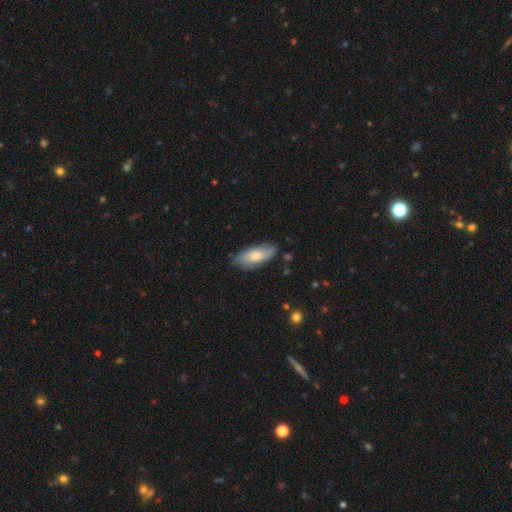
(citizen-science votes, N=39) Smooth or featured?
  - smooth: 59% *
  - featured or disk: 36%
  - star or artifact: 5%
How rounded?
  - in between: 100% *
  - round: 0%
  - cigar-shaped: 0%
Merging?
  - none: 70% *
  - minor disturbance: 24%
  - major disturbance: 5%
  - merger: 0%